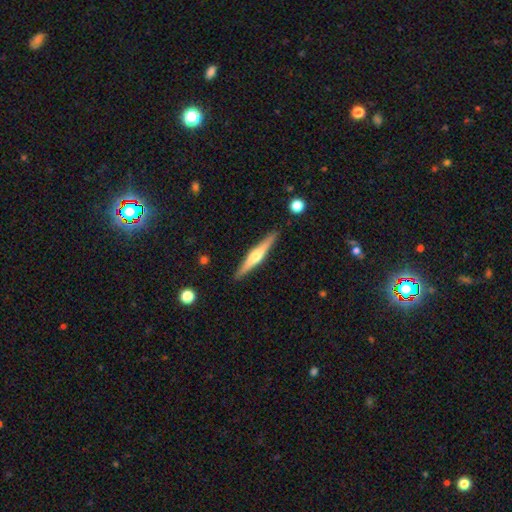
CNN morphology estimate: This is likely a featured or disk galaxy (63%). It is clearly viewed edge-on (97%). Edge-on bulge: clearly rounded (87%). Merging: clearly none (90%).